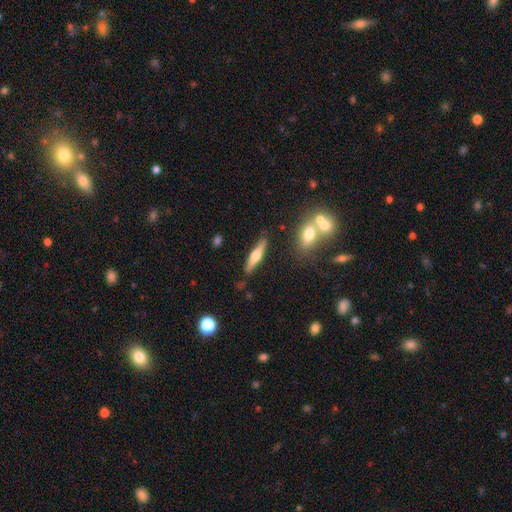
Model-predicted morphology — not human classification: Smooth or featured: featured or disk — 57% (smooth — 37%)
Edge-on disk: yes — 95% (no — 5%)
Edge-on bulge: rounded — 92% (boxy — 5%)
Merging: none — 86% (minor disturbance — 9%)